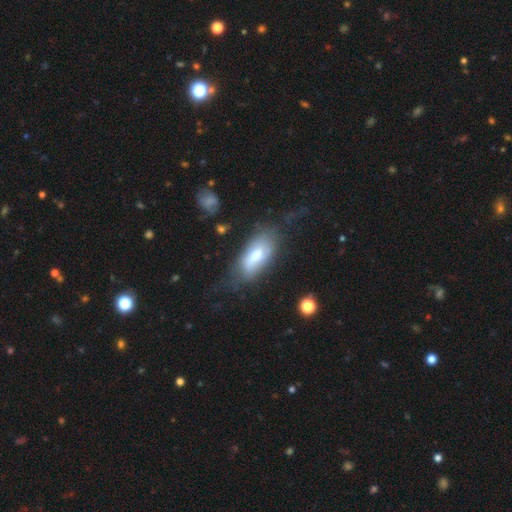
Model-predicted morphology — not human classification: A smooth galaxy with no disk features (58%) that is in between round and cigar-shaped (84%).

Vote fractions:
- Smooth or featured? smooth: 58% / featured or disk: 35% / star or artifact: 7%
- How rounded? in between: 84% / cigar-shaped: 13% / round: 2%
- Merging? none: 51% / minor disturbance: 26% / major disturbance: 20% / merger: 3%